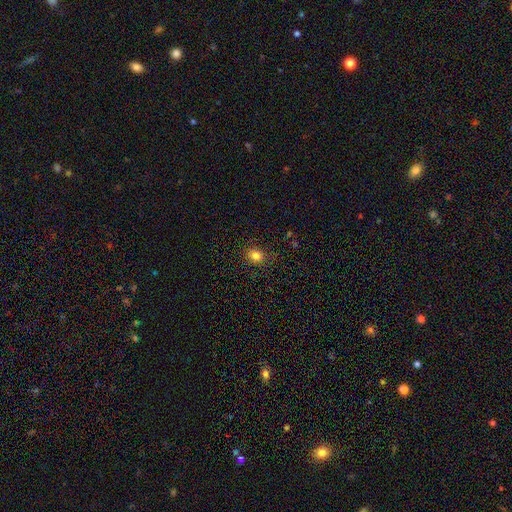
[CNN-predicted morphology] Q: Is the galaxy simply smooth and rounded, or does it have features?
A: smooth — 81%.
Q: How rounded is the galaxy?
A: round — 76%.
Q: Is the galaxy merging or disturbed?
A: none — 88%.